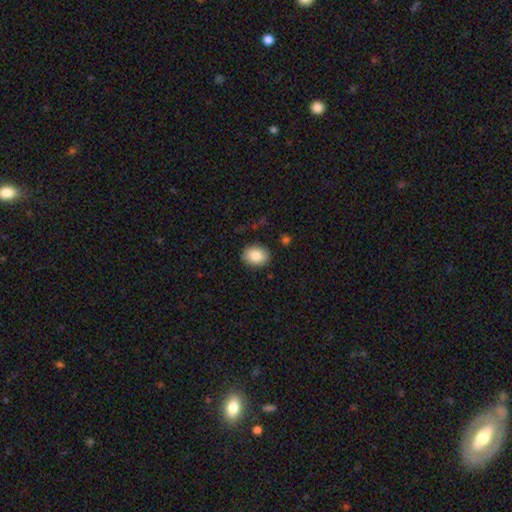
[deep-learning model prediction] smooth-or-featured: smooth: 84% | featured or disk: 8% | star or artifact: 8%
  how-rounded: in between: 63% | round: 37% | cigar-shaped: 1%
  merging: none: 88% | minor disturbance: 9% | major disturbance: 2% | merger: 1%